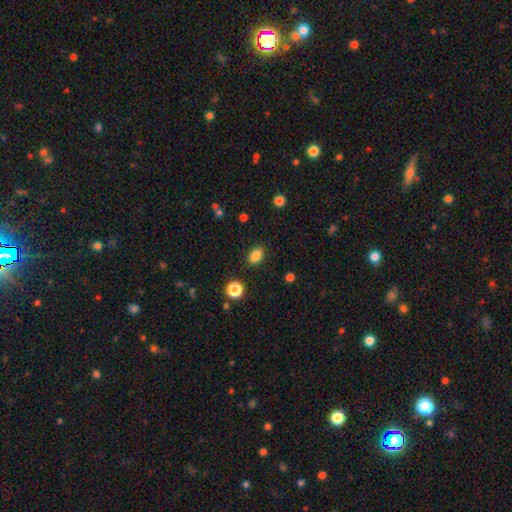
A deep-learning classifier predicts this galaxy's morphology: The model was most divided on "how rounded": in between: 85%, round: 13%, cigar-shaped: 2%. More confident: merging — none (87%); smooth or featured — smooth (85%).